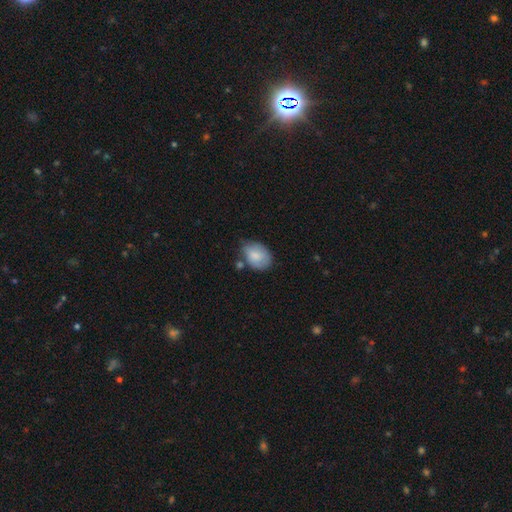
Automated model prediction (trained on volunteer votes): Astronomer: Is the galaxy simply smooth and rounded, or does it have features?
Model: smooth — 81%.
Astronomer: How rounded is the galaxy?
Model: in between — 75%.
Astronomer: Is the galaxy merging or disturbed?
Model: none — 56%.